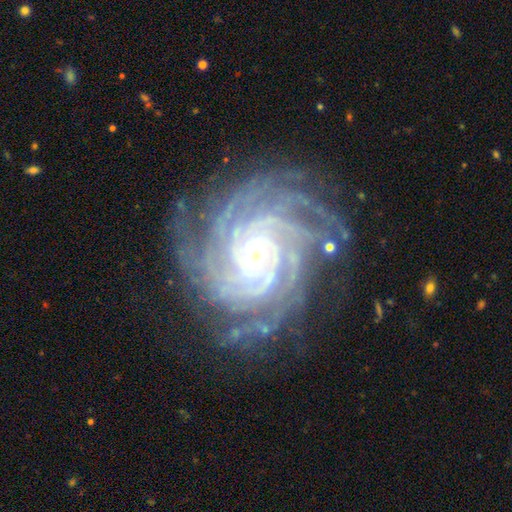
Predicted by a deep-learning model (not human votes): Smooth or featured?
  - featured or disk: 92% *
  - star or artifact: 5%
  - smooth: 3%
Edge-on disk?
  - no: 98% *
  - yes: 2%
Bar?
  - no: 71% *
  - weak: 19%
  - strong: 11%
Spiral arms?
  - yes: 99% *
  - no: 1%
Spiral winding?
  - tight: 84% *
  - medium: 15%
  - loose: 2%
Spiral arm count?
  - more than 4: 31% *
  - 4: 28%
  - can't tell: 12%
  - 3: 12%
  - 2: 9%
  - 1: 8%
Bulge size?
  - small: 82% *
  - moderate: 14%
  - large: 1%
  - none: 1%
  - dominant: 1%
Merging?
  - none: 79% *
  - minor disturbance: 15%
  - major disturbance: 5%
  - merger: 1%